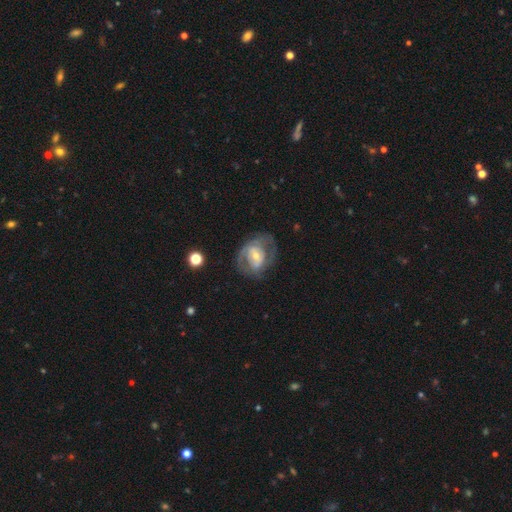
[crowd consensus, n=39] Overall: featured or disk (69%). Edge-on disk: no (93%). Bar: weak (52%; no 32%). Spiral arms: yes (56%; no 44%). Spiral arm count: 2 (93%). Spiral winding: tight (50%; loose 29%). Bulge size: moderate (48%, tied with small). Merging: none (55%; minor disturbance 24%).